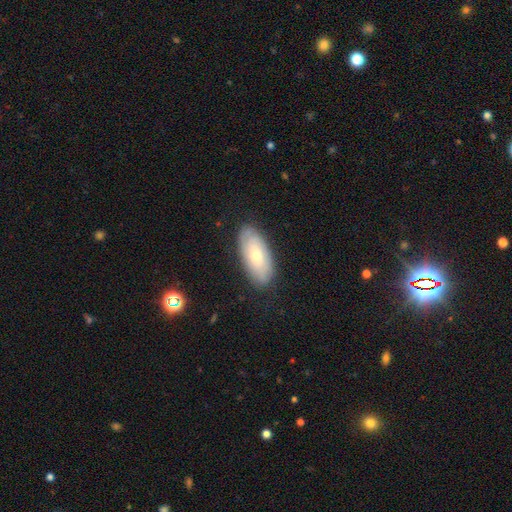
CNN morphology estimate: This is possibly a smooth galaxy (58%). How rounded: clearly in between (90%). Merging: clearly none (84%).